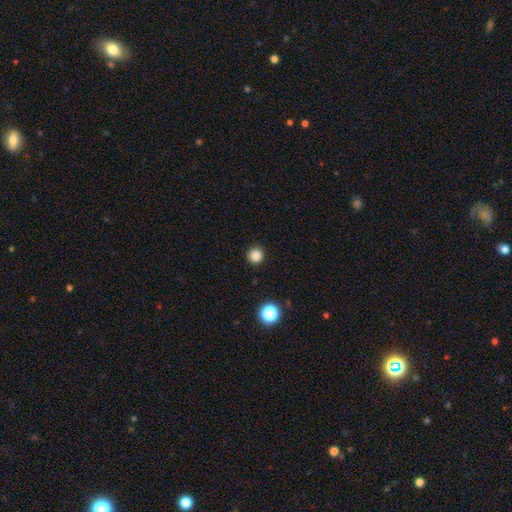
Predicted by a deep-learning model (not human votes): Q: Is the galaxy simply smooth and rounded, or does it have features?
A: smooth — 84%.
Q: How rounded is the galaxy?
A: round — 94%.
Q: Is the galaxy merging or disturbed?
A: none — 91%.